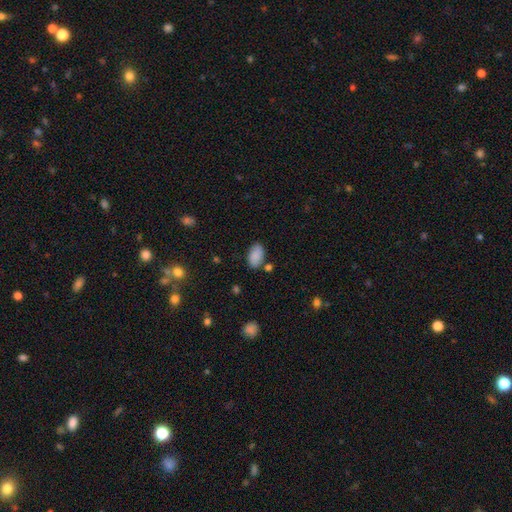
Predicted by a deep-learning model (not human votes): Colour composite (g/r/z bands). It shows a smooth galaxy with no disk features (88%) that is in between round and cigar-shaped (93%). Merging: none (76%).